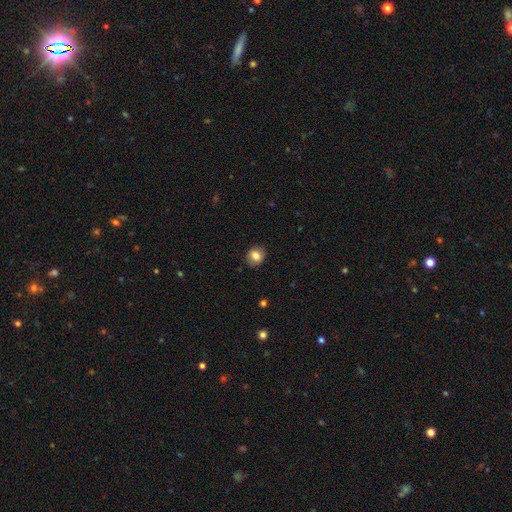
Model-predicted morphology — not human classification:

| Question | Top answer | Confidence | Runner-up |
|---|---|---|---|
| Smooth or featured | smooth | 82% | star or artifact (9%) |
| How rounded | round | 79% | in between (20%) |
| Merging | none | 88% | minor disturbance (9%) |